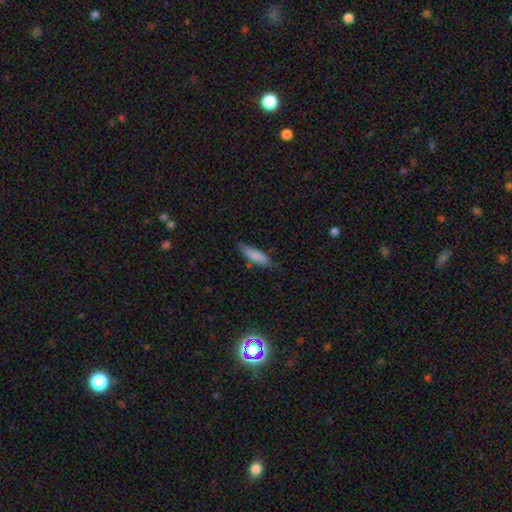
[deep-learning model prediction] smooth 83%, featured or disk 11%, star or artifact 6%. Down the decision tree: how rounded — cigar-shaped (57%); merging — none (74%).